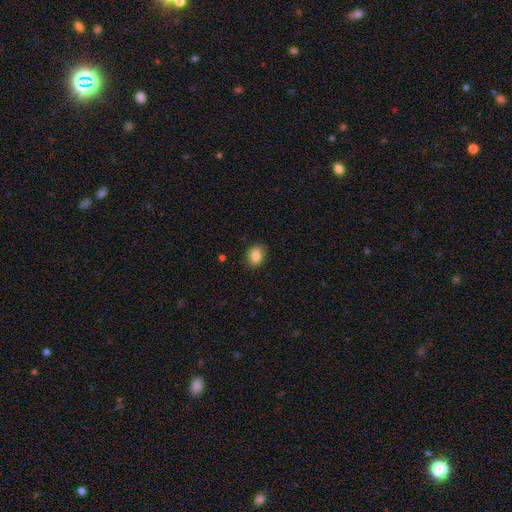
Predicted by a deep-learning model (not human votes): This appears to be a smooth galaxy with no disk features (85%) that is in between round and cigar-shaped (75%). Merging: none (84%).